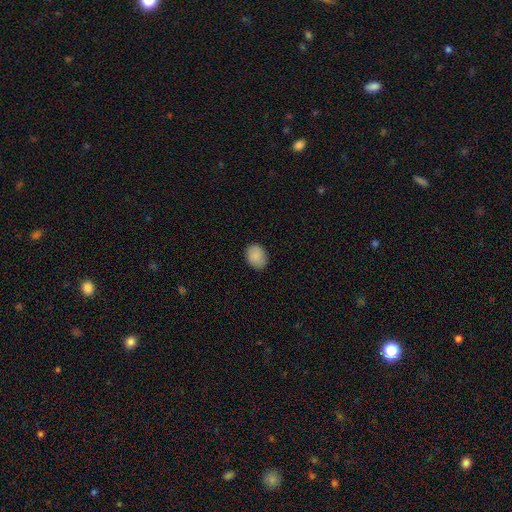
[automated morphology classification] A smooth galaxy with no disk features (88%) that is in between round and cigar-shaped (52%).

Vote fractions:
- Smooth or featured? smooth: 88% / star or artifact: 7% / featured or disk: 5%
- How rounded? in between: 52% / round: 47% / cigar-shaped: 1%
- Merging? none: 86% / minor disturbance: 10% / major disturbance: 2% / merger: 1%